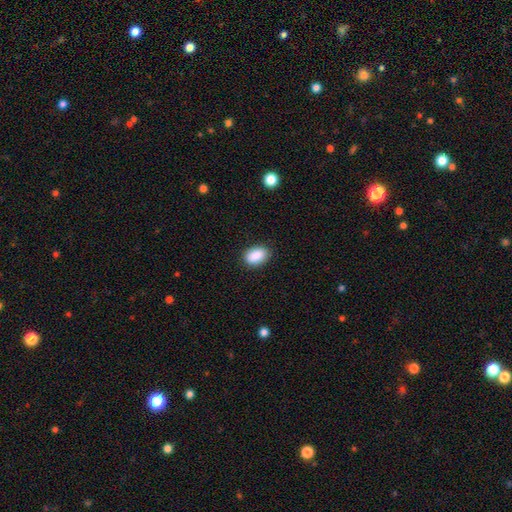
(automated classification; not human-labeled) Smooth or featured?
  - smooth: 89% *
  - star or artifact: 7%
  - featured or disk: 3%
How rounded?
  - in between: 89% *
  - round: 10%
  - cigar-shaped: 1%
Merging?
  - none: 86% *
  - minor disturbance: 11%
  - major disturbance: 2%
  - merger: 1%